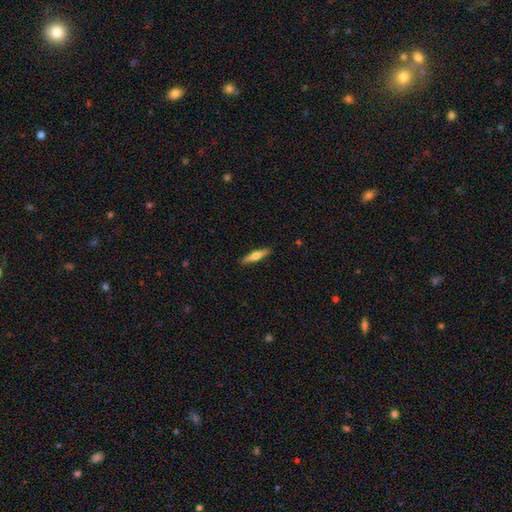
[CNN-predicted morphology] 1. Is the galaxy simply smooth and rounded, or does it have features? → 49% smooth, 46% featured or disk, 6% star or artifact.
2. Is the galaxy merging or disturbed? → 90% none, 7% minor disturbance, 2% major disturbance, 1% merger.